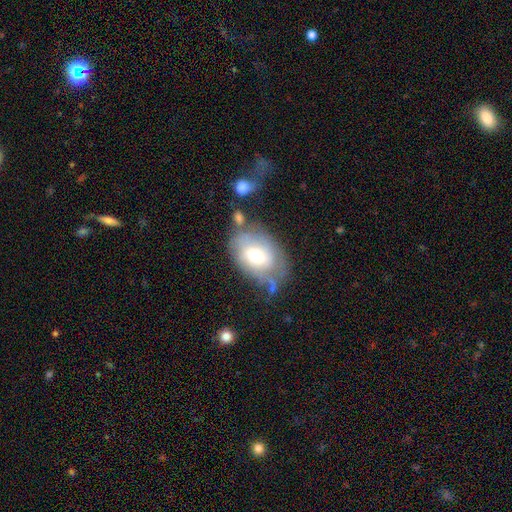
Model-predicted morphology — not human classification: This is possibly a smooth galaxy (52%). How rounded: clearly in between (84%). Merging: possibly none (47%).